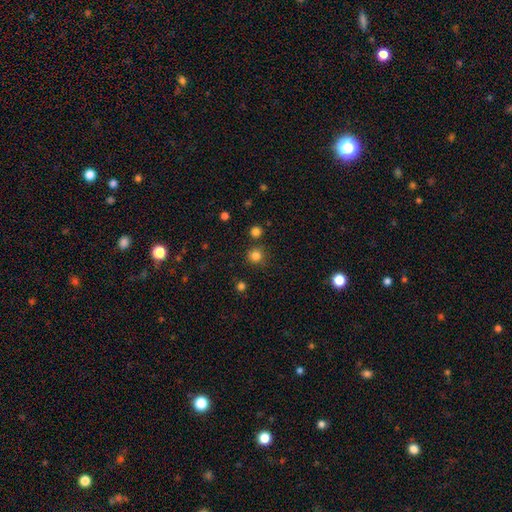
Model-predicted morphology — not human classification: Overall: smooth (82%). How rounded: round (93%). Merging: none (83%).